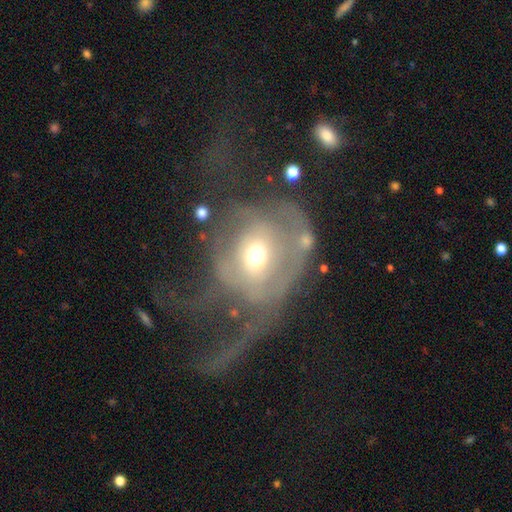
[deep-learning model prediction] Overall: featured or disk (53%; smooth 37%). Edge-on disk: no (95%). Bar: no (74%). Spiral arms: no (62%; yes 38%). Bulge size: moderate (63%; small 23%). Merging: major disturbance (56%; none 23%).